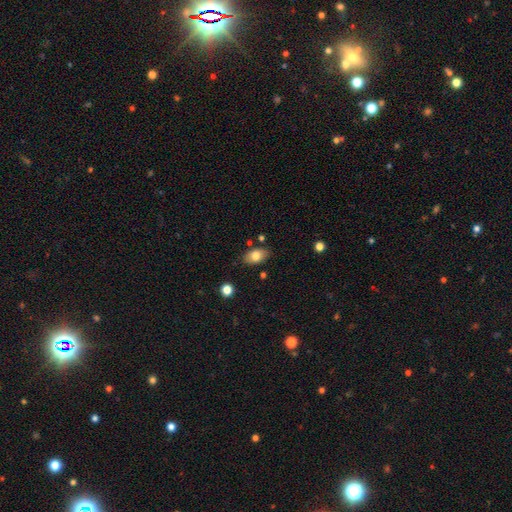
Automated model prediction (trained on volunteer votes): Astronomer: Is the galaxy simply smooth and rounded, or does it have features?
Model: smooth — 79%.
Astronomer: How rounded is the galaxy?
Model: in between — 91%.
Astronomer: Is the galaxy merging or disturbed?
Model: none — 82%.